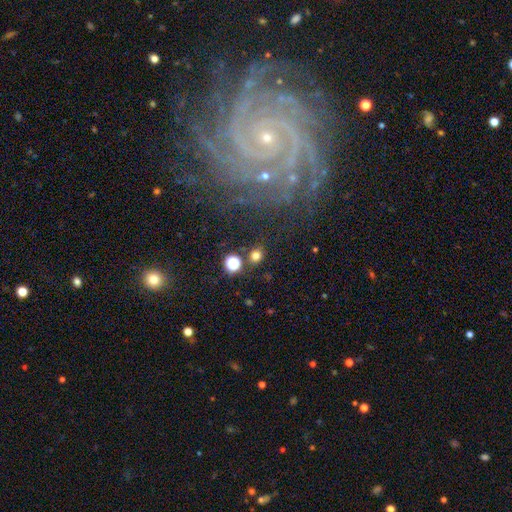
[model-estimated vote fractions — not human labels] A smooth galaxy with no disk features (75%) that is round (83%).

Vote fractions:
- Smooth or featured? smooth: 75% / star or artifact: 19% / featured or disk: 6%
- How rounded? round: 83% / in between: 16% / cigar-shaped: 1%
- Merging? none: 84% / minor disturbance: 7% / merger: 6% / major disturbance: 3%